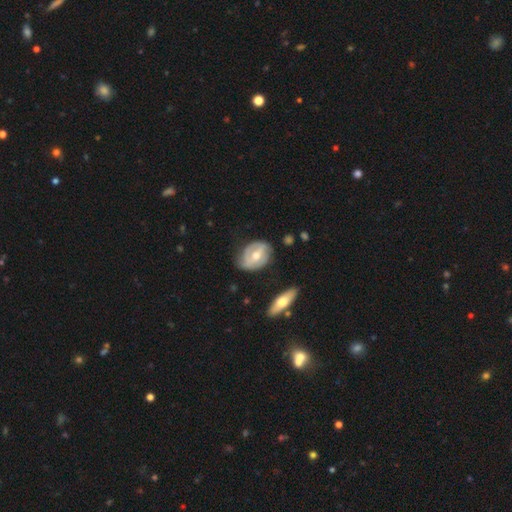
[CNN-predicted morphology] featured or disk 66%, smooth 29%, star or artifact 5%. Down the decision tree: edge-on disk — no (94%); bar — weak (44%); spiral arms — yes (70%); bulge size — moderate (72%); merging — none (65%).